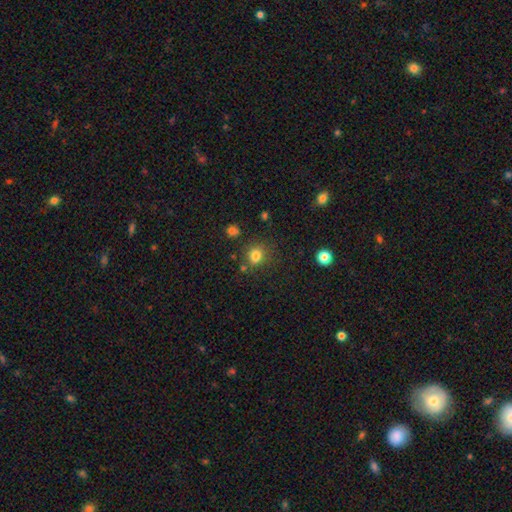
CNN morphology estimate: Overall: smooth (81%). How rounded: round (75%). Merging: none (76%).